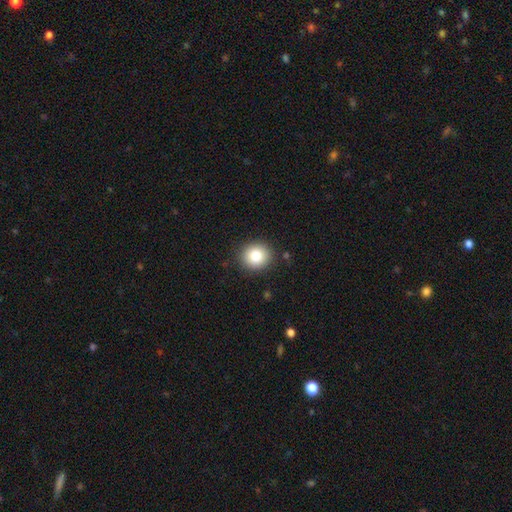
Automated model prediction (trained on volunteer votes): Q: Smooth or featured?
A: smooth (82%); runner-up: star or artifact (10%)
Q: How rounded?
A: round (84%); runner-up: in between (15%)
Q: Merging?
A: none (89%); runner-up: minor disturbance (7%)